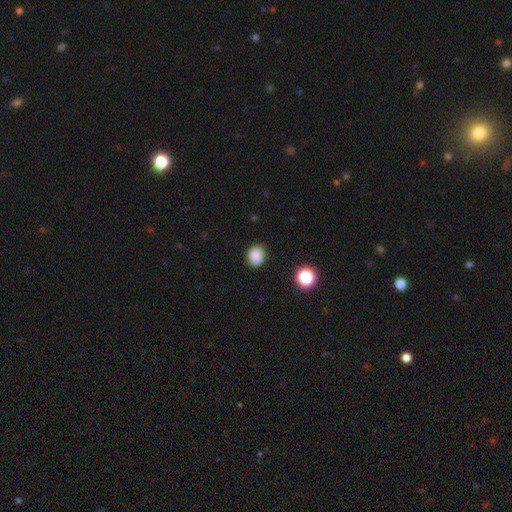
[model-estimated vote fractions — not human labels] Morphology: type=smooth (83%); roundness=round (61%); merging=none (83%).